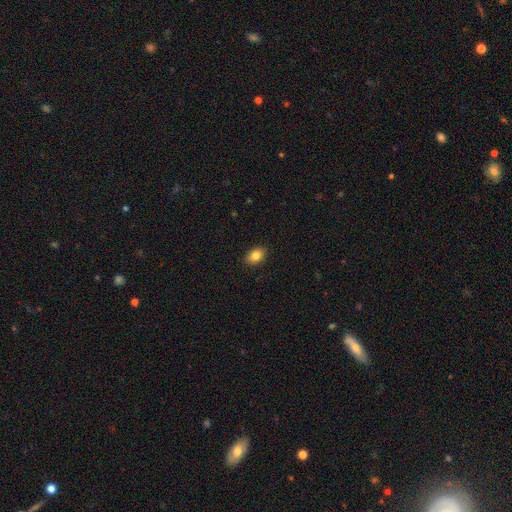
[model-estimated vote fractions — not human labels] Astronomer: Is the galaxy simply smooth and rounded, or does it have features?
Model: smooth — 84%.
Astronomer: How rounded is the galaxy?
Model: in between — 83%.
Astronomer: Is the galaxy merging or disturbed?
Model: none — 90%.